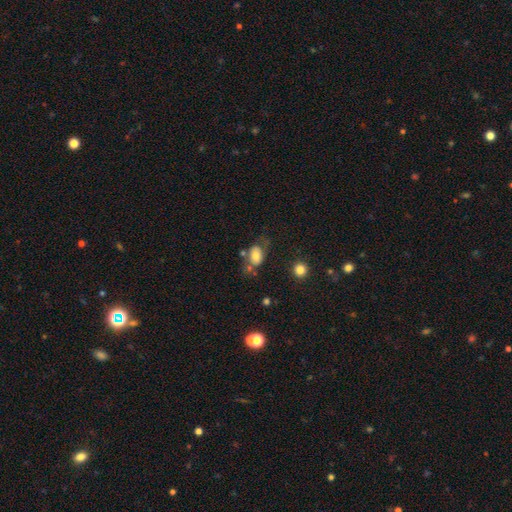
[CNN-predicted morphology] The model was most divided on "merging": none: 51%, minor disturbance: 23%, major disturbance: 15%, merger: 11%. More confident: how rounded — in between (82%); smooth or featured — smooth (68%).